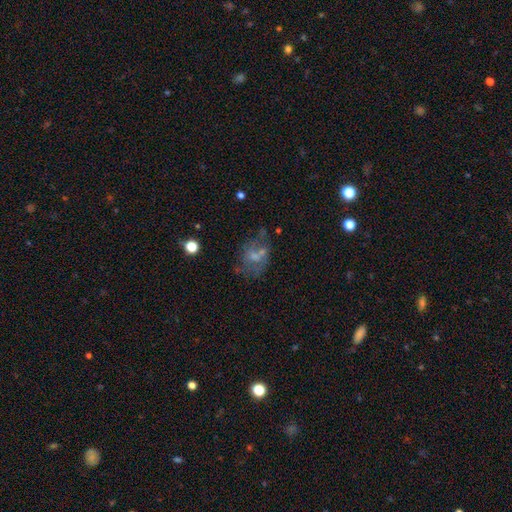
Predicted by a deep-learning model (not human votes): A featured or disk galaxy (47%).

Vote fractions:
- Smooth or featured? featured or disk: 47% / smooth: 38% / star or artifact: 15%
- Merging? none: 34% / major disturbance: 28% / minor disturbance: 20% / merger: 17%